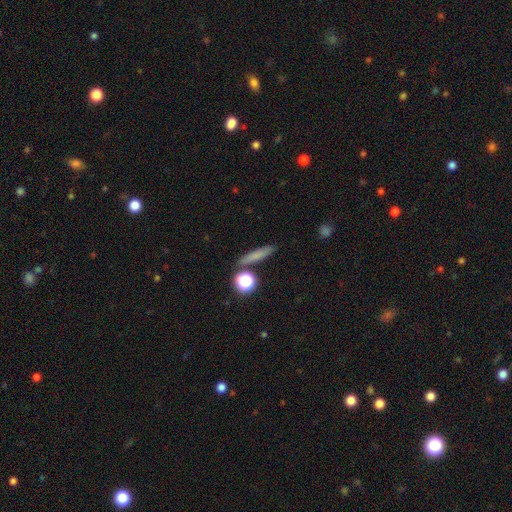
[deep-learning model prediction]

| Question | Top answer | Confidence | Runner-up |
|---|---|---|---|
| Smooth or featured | smooth | 74% | featured or disk (15%) |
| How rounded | cigar-shaped | 74% | round (13%) |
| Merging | none | 83% | minor disturbance (8%) |